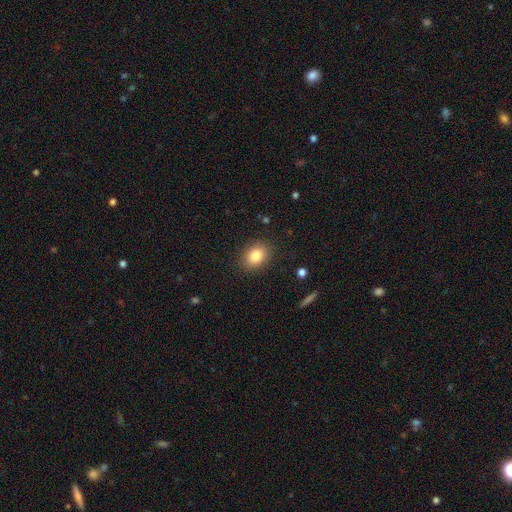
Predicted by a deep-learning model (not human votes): smooth_or_featured: smooth (p=0.83) [alt: star or artifact p=0.09]
how_rounded: in between (p=0.63) [alt: round p=0.36]
merging: none (p=0.87) [alt: minor disturbance p=0.09]